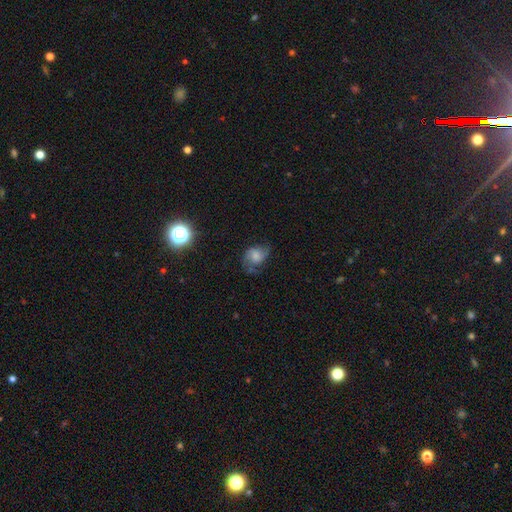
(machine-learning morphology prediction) smooth-or-featured: featured or disk: 50% | smooth: 39% | star or artifact: 11%
  merging: none: 54% | minor disturbance: 26% | major disturbance: 18% | merger: 2%